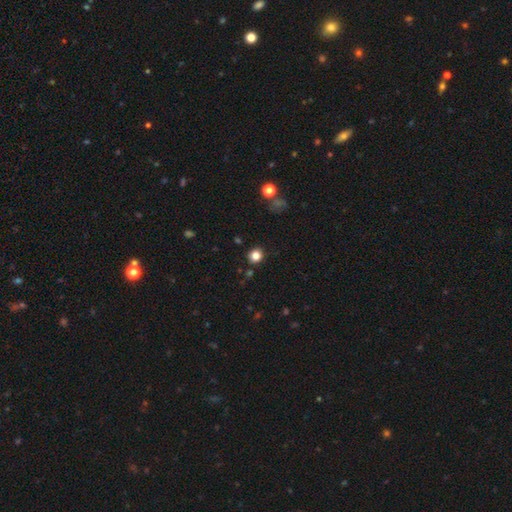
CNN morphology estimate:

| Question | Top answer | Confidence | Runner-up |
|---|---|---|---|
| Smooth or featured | smooth | 83% | star or artifact (13%) |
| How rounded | round | 92% | in between (7%) |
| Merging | none | 90% | minor disturbance (6%) |